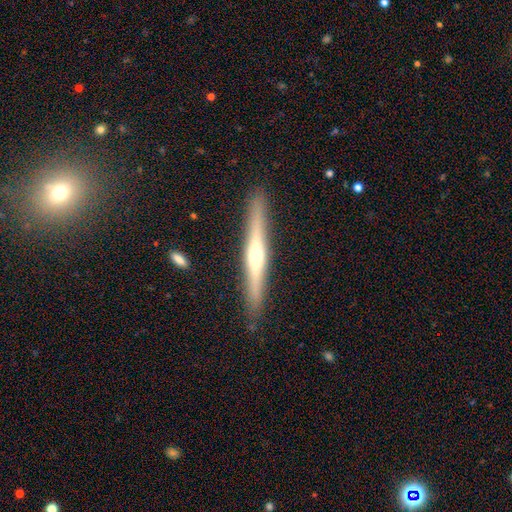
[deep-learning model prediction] Smooth or featured: featured or disk — 70% (smooth — 24%)
Edge-on disk: yes — 97% (no — 3%)
Edge-on bulge: rounded — 84% (none — 11%)
Merging: none — 90% (minor disturbance — 8%)